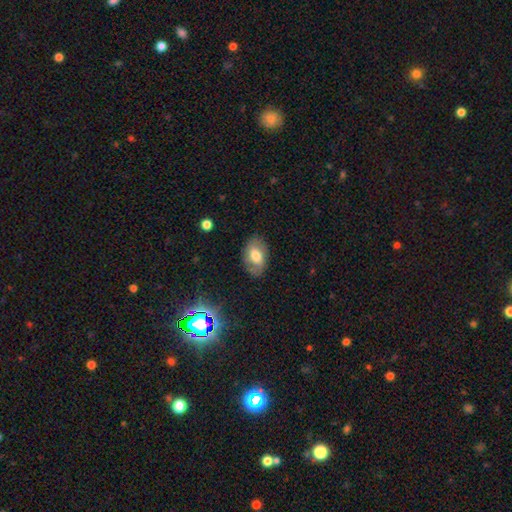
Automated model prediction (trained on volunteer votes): Smooth or featured? Predicted: smooth (p=0.63). How rounded? Predicted: in between (p=0.88). Merging? Predicted: none (p=0.79).